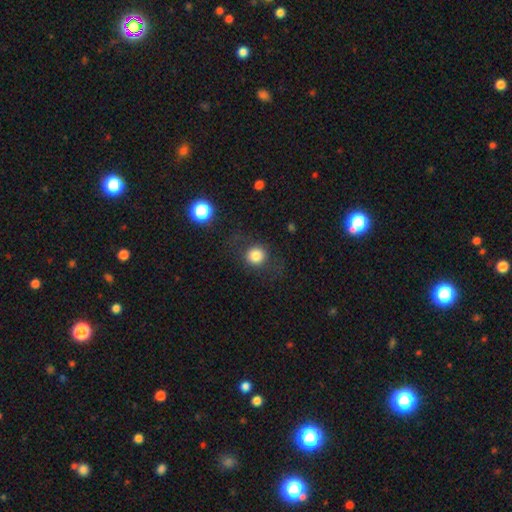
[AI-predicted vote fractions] Smooth or featured?
  - smooth: 80% *
  - star or artifact: 11%
  - featured or disk: 9%
How rounded?
  - round: 87% *
  - in between: 12%
  - cigar-shaped: 1%
Merging?
  - none: 78% *
  - minor disturbance: 12%
  - major disturbance: 9%
  - merger: 2%